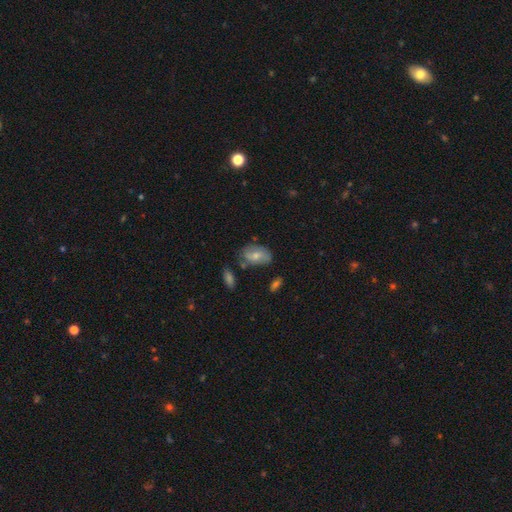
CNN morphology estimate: Smooth or featured: smooth — 61% (featured or disk — 32%)
How rounded: in between — 87% (round — 11%)
Merging: none — 63% (minor disturbance — 23%)